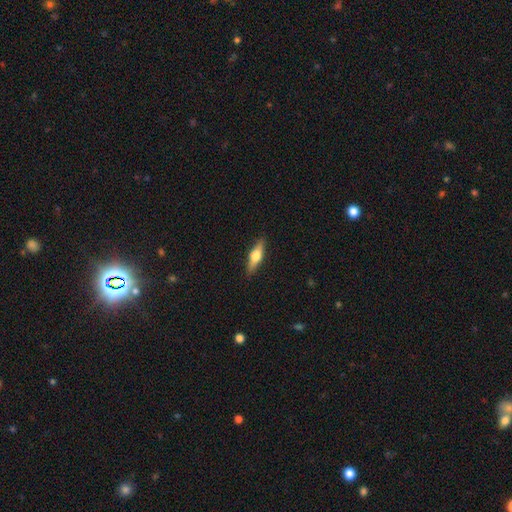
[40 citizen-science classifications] Morphology: type=featured or disk (62%); edge-on=yes (100%); edge-on bulge=rounded (96%); merging=none (95%).